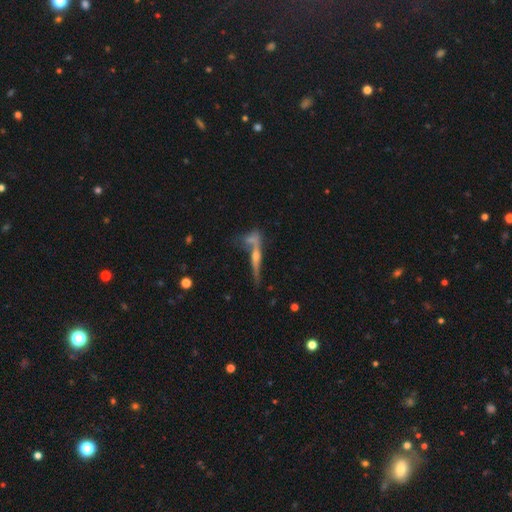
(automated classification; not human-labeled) This is likely a featured or disk galaxy (68%). It is clearly viewed edge-on (90%). Edge-on bulge: likely rounded (79%). Merging: possibly none (49%).